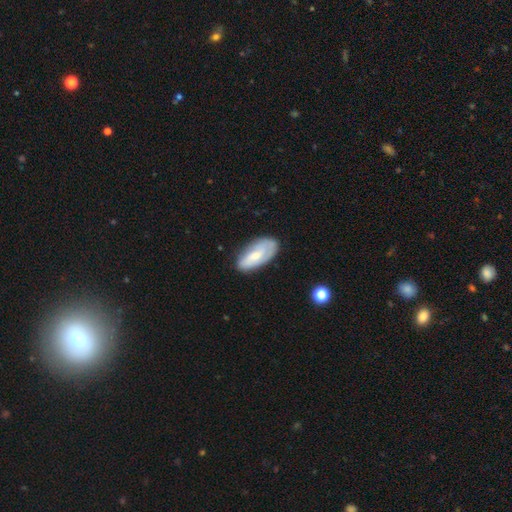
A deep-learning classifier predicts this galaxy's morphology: Smooth or featured? smooth (53%)
How rounded? in between (89%)
Merging? none (71%)